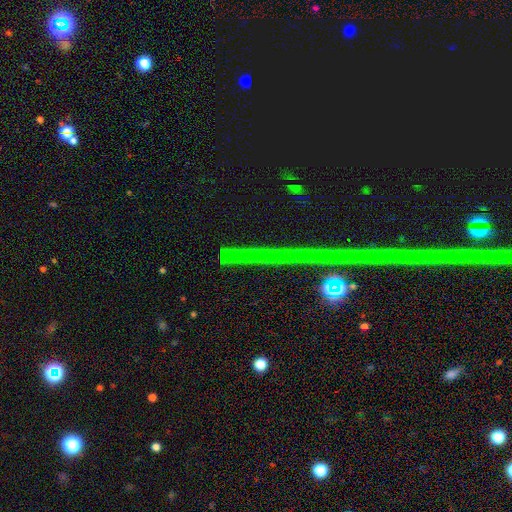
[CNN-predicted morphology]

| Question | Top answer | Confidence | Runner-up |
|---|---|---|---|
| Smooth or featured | star or artifact | 76% | featured or disk (15%) |